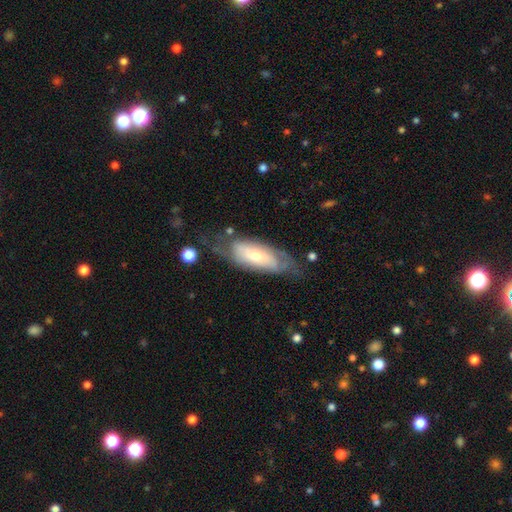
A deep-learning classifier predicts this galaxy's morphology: Overall: featured or disk (54%; smooth 39%). Edge-on disk: no (82%). Merging: none (53%; minor disturbance 26%).